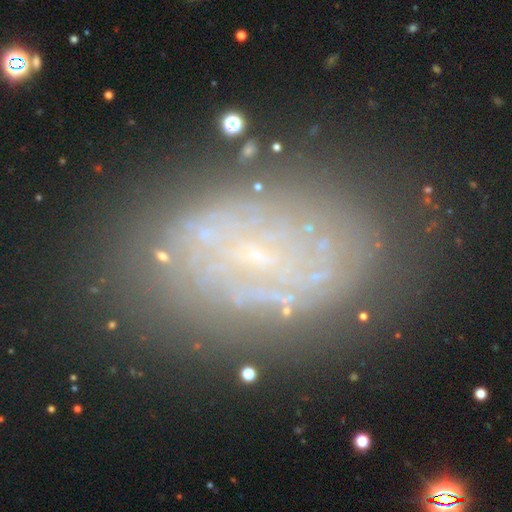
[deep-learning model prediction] A featured or disk galaxy (61%) with no bar (64%), no spiral arms (61%) and no central bulge (48%).

Vote fractions:
- Smooth or featured? featured or disk: 61% / smooth: 23% / star or artifact: 17%
- Edge-on disk? no: 94% / yes: 6%
- Bar? no: 64% / weak: 25% / strong: 12%
- Spiral arms? no: 61% / yes: 39%
- Bulge size? none: 48% / small: 42% / moderate: 7% / large: 2% / dominant: 1%
- Merging? none: 69% / minor disturbance: 17% / major disturbance: 10% / merger: 3%